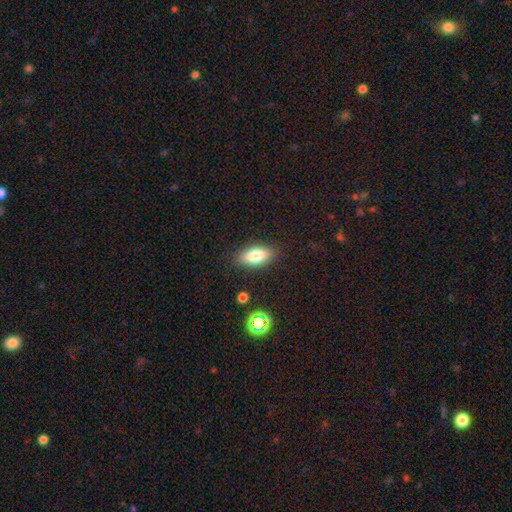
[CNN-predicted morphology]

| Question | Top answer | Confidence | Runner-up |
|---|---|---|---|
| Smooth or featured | smooth | 76% | featured or disk (15%) |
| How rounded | in between | 83% | cigar-shaped (13%) |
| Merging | none | 86% | minor disturbance (10%) |